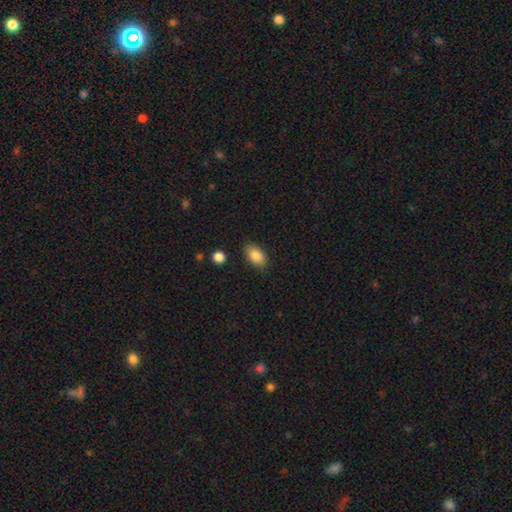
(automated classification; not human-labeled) Smooth or featured: smooth — 86% (star or artifact — 7%)
How rounded: in between — 90% (round — 7%)
Merging: none — 84% (minor disturbance — 11%)